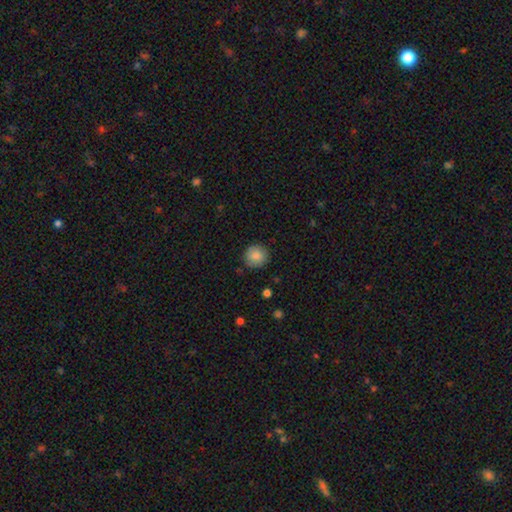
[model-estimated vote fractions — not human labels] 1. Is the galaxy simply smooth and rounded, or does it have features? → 87% smooth, 8% star or artifact, 5% featured or disk.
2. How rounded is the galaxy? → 93% round, 6% in between, 1% cigar-shaped.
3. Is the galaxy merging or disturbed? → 87% none, 10% minor disturbance, 2% major disturbance, 1% merger.